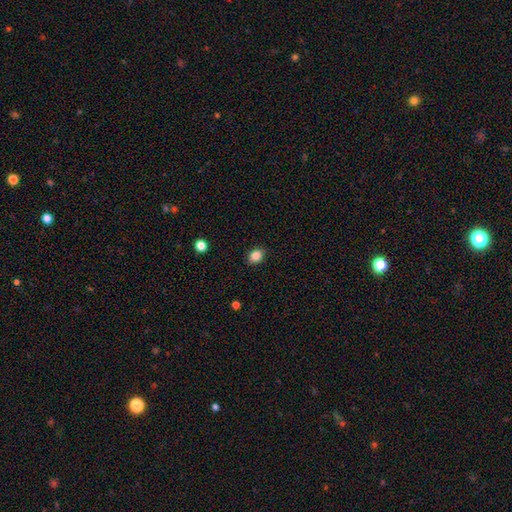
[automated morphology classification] Smooth or featured: smooth — 85% (star or artifact — 10%)
How rounded: in between — 53% (round — 46%)
Merging: none — 88% (minor disturbance — 8%)